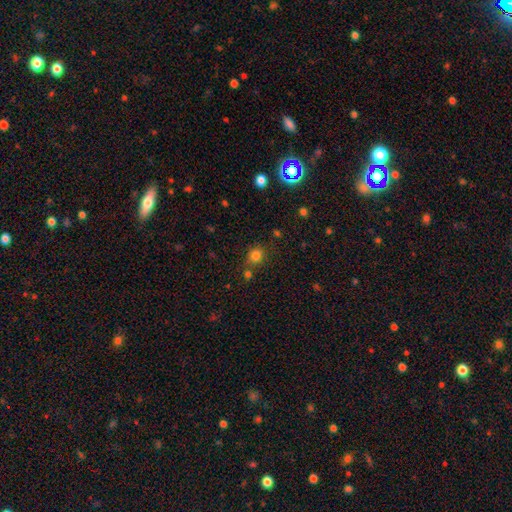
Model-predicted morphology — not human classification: smooth 80%, star or artifact 14%, featured or disk 6%. Down the decision tree: how rounded — round (75%); merging — none (71%).